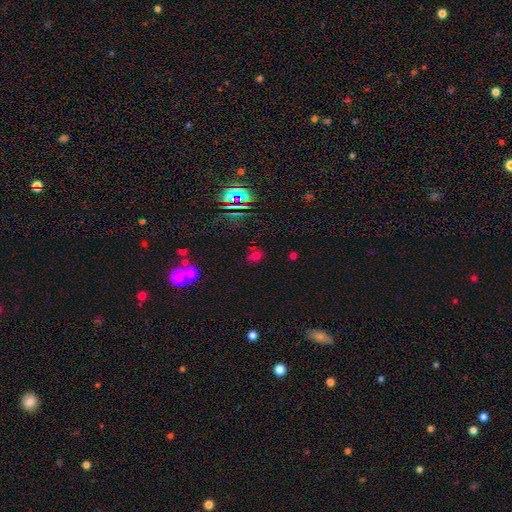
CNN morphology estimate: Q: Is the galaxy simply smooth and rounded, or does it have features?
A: smooth — 50%.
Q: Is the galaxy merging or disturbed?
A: none — 72%.